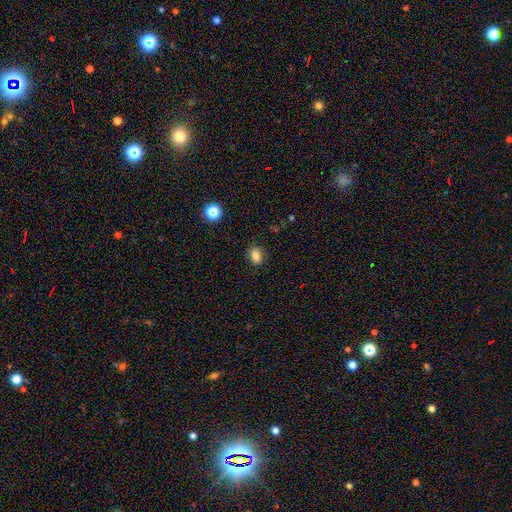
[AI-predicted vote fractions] Smooth or featured?
  - smooth: 80% *
  - star or artifact: 13%
  - featured or disk: 7%
How rounded?
  - in between: 76% *
  - round: 22%
  - cigar-shaped: 2%
Merging?
  - none: 83% *
  - minor disturbance: 13%
  - major disturbance: 3%
  - merger: 1%